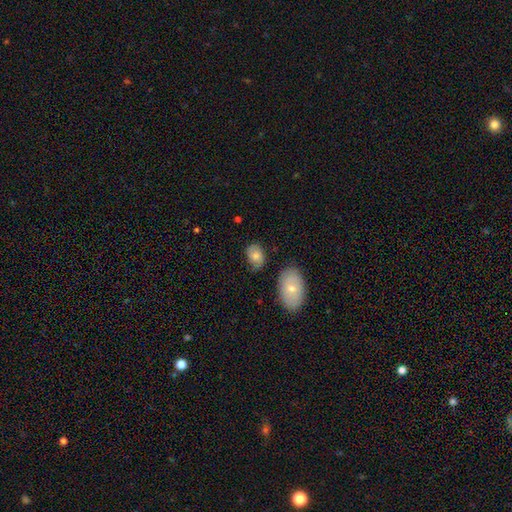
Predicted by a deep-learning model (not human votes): This is likely a smooth galaxy (74%). How rounded: likely in between (77%). Merging: possibly none (59%).